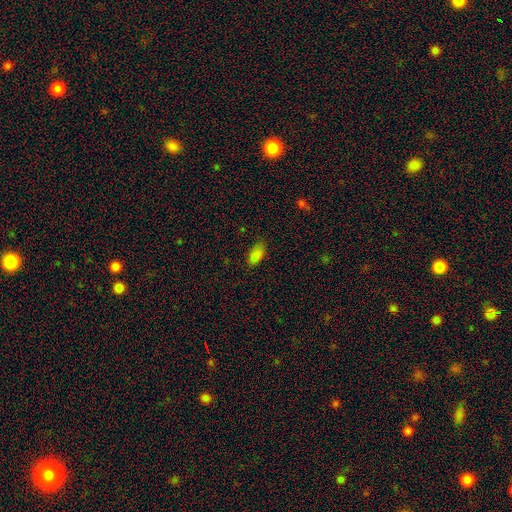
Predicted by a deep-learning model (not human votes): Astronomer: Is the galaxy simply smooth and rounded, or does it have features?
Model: smooth — 85%.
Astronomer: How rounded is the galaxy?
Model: in between — 90%.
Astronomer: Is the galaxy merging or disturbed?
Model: none — 78%.